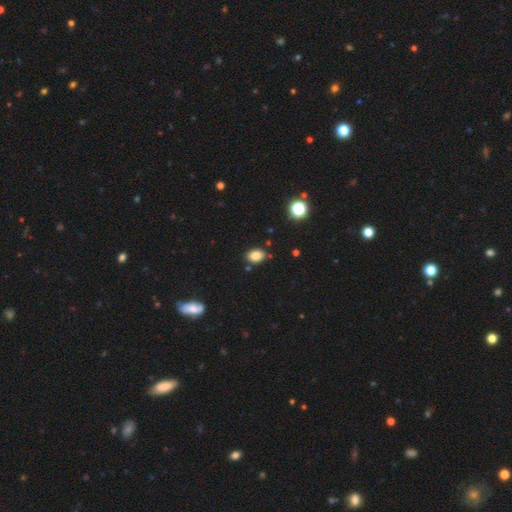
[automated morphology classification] Q: Smooth or featured?
A: smooth (83%); runner-up: star or artifact (11%)
Q: How rounded?
A: in between (78%); runner-up: round (21%)
Q: Merging?
A: none (83%); runner-up: minor disturbance (11%)